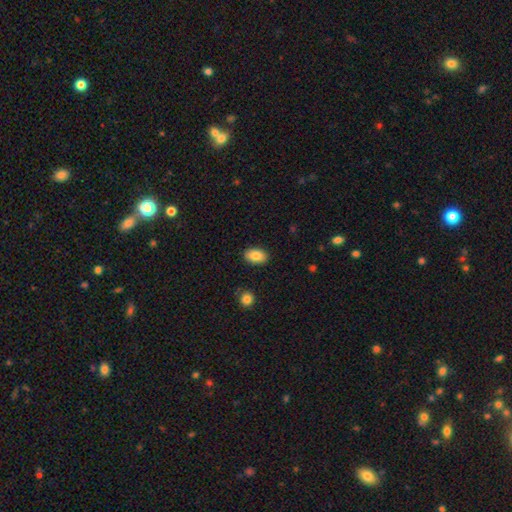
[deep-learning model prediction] This appears to be a smooth galaxy with no disk features (86%) that is in between round and cigar-shaped (91%). Merging: none (88%).